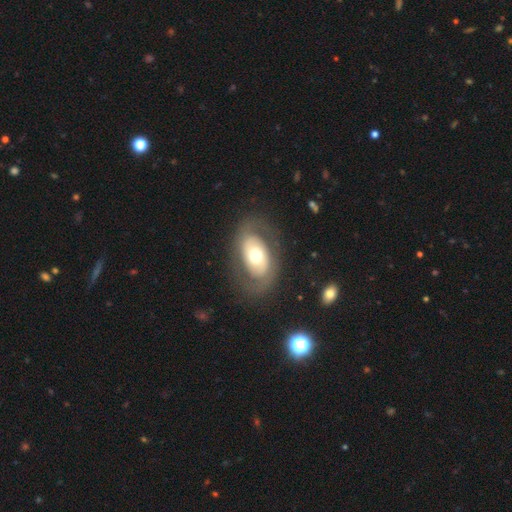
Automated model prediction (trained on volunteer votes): smooth-or-featured: featured or disk: 64% | smooth: 30% | star or artifact: 6%
  disk-edge-on: no: 94% | yes: 6%
    bar: no: 70% | weak: 19% | strong: 11%
    has-spiral-arms: yes: 58% | no: 42%
    bulge-size: moderate: 64% | large: 23% | small: 9% | dominant: 3% | none: 1%
  merging: none: 78% | minor disturbance: 12% | major disturbance: 9% | merger: 1%